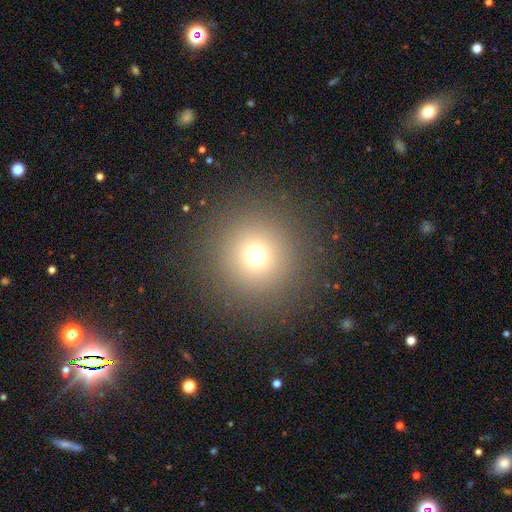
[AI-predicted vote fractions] The model was most divided on "smooth or featured": smooth: 69%, star or artifact: 22%, featured or disk: 9%. More confident: how rounded — round (96%); merging — none (89%).